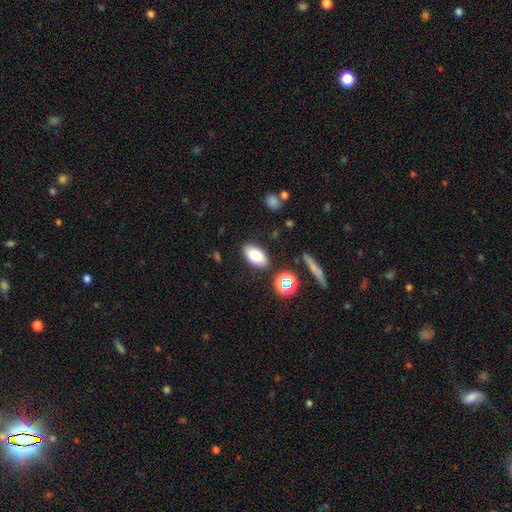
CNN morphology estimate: Overall: smooth (81%). How rounded: in between (92%). Merging: none (84%).